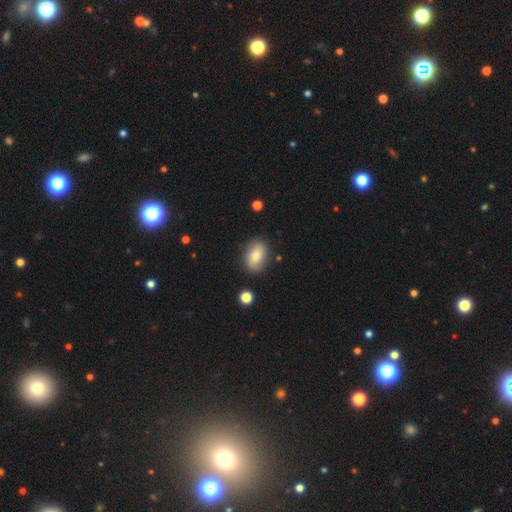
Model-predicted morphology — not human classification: Smooth or featured? smooth (77%)
How rounded? in between (81%)
Merging? none (85%)